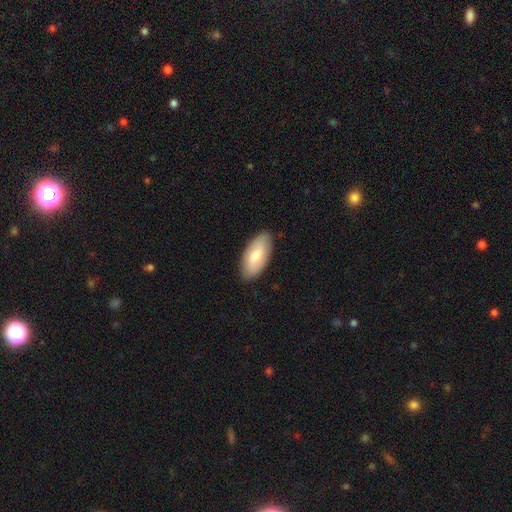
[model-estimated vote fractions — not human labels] Smooth or featured: smooth — 66% (featured or disk — 29%)
How rounded: in between — 91% (cigar-shaped — 6%)
Merging: none — 87% (minor disturbance — 10%)